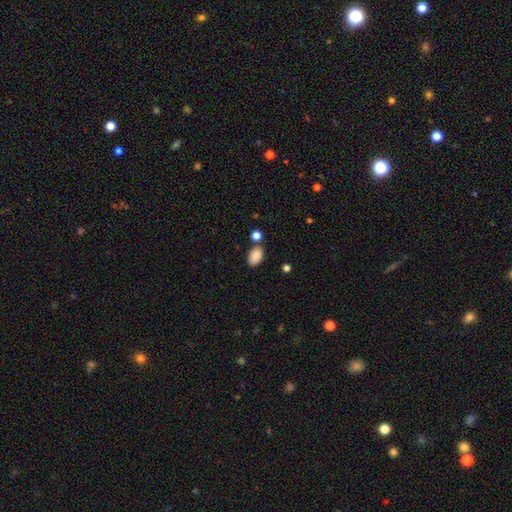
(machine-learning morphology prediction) smooth-or-featured: smooth: 87% | star or artifact: 8% | featured or disk: 4%
  how-rounded: in between: 90% | round: 8% | cigar-shaped: 1%
  merging: none: 77% | minor disturbance: 12% | merger: 8% | major disturbance: 3%